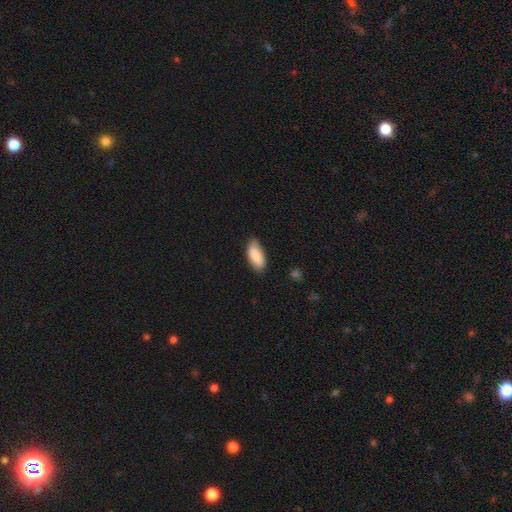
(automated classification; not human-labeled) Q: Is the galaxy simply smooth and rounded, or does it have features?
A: smooth — 83%.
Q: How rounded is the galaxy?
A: in between — 87%.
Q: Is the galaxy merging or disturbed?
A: none — 79%.